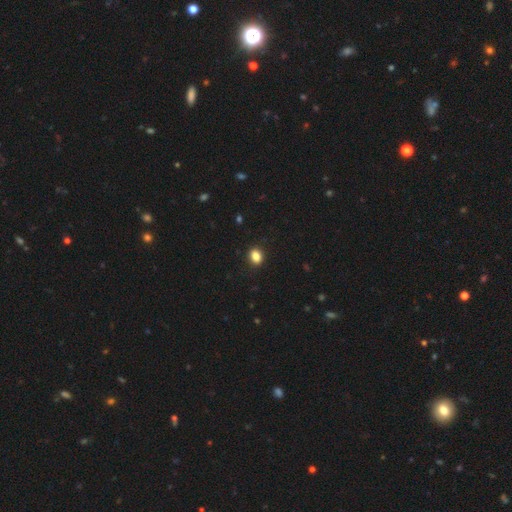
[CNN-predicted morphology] This is clearly a smooth galaxy (87%). How rounded: likely in between (65%). Merging: clearly none (89%).